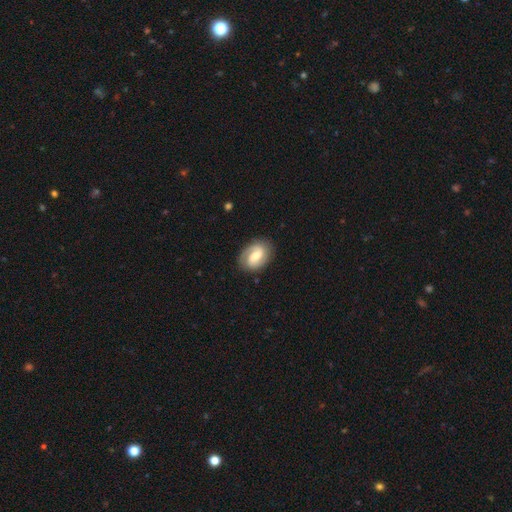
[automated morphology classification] Smooth or featured? featured or disk (73%)
Edge-on disk? no (97%)
Bar? weak (52%)
Spiral arms? yes (92%)
Spiral winding? medium (43%)
Spiral arm count? 2 (77%)
Bulge size? moderate (55%)
Merging? none (82%)